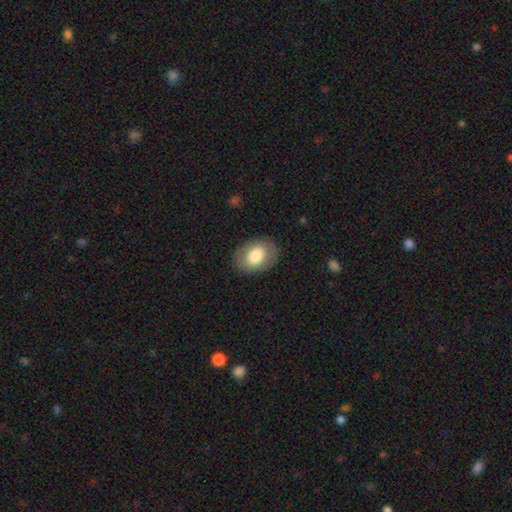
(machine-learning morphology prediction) smooth 74%, featured or disk 19%, star or artifact 7%. Down the decision tree: how rounded — in between (78%); merging — none (85%).